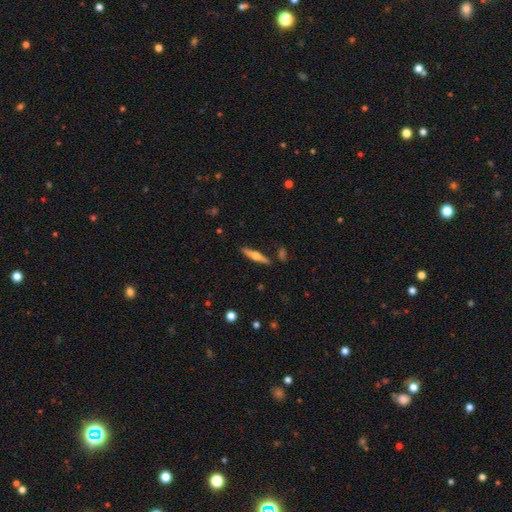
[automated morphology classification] Smooth or featured? featured or disk (60%)
Edge-on disk? yes (96%)
Edge-on bulge? rounded (92%)
Merging? none (88%)